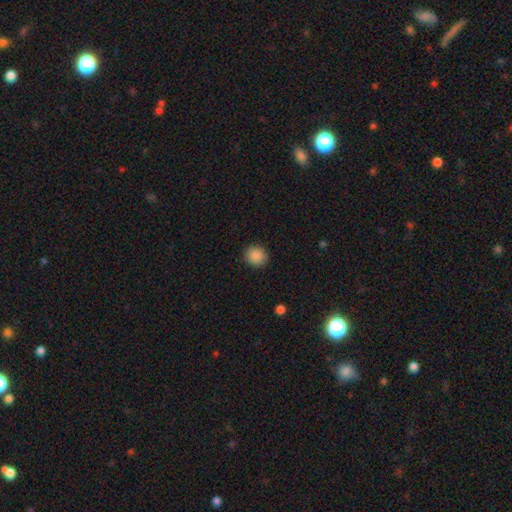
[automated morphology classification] A smooth galaxy with no disk features (88%) that is round (87%).

Vote fractions:
- Smooth or featured? smooth: 88% / star or artifact: 9% / featured or disk: 3%
- How rounded? round: 87% / in between: 12% / cigar-shaped: 1%
- Merging? none: 91% / minor disturbance: 6% / major disturbance: 2% / merger: 1%